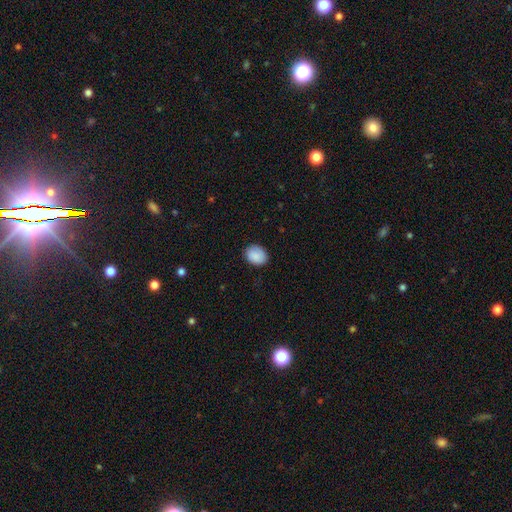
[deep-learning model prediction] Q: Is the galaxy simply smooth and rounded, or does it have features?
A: smooth — 88%.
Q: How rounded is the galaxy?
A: in between — 58%.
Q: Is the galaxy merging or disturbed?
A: none — 82%.